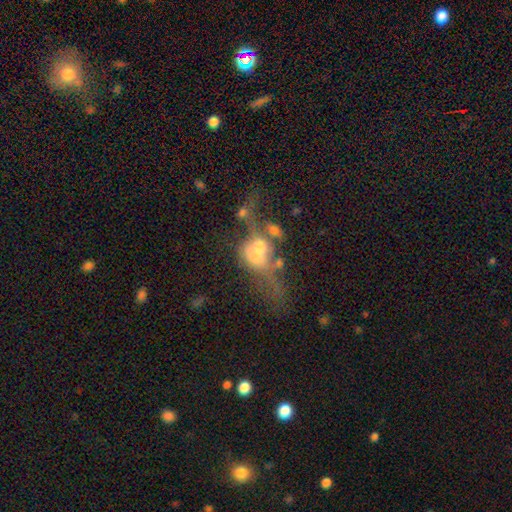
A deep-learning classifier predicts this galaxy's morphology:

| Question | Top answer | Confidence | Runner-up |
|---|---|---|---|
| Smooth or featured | featured or disk | 44% | smooth (41%) |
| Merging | merger | 56% | major disturbance (24%) |